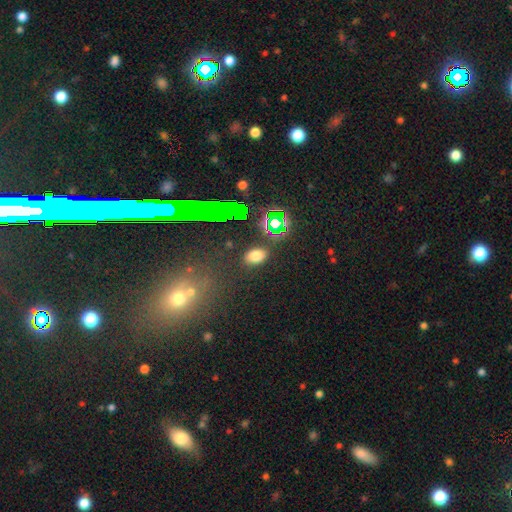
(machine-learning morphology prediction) smooth 70%, star or artifact 23%, featured or disk 7%. Down the decision tree: how rounded — in between (82%); merging — none (85%).